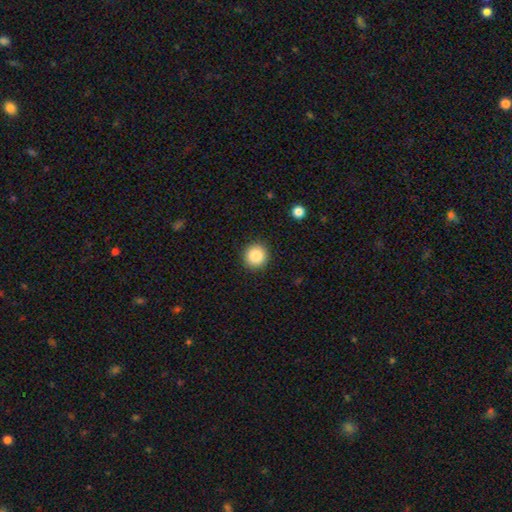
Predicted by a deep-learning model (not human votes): Q: Smooth or featured?
A: smooth (86%); runner-up: star or artifact (9%)
Q: How rounded?
A: round (94%); runner-up: in between (5%)
Q: Merging?
A: none (92%); runner-up: minor disturbance (5%)